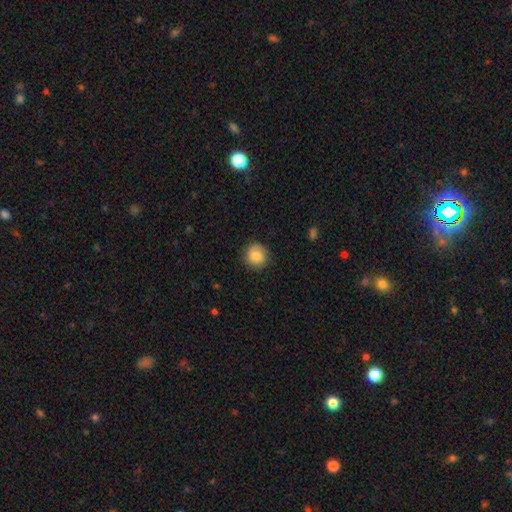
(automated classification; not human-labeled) Smooth or featured?
  - smooth: 78% *
  - featured or disk: 14%
  - star or artifact: 8%
How rounded?
  - round: 90% *
  - in between: 9%
  - cigar-shaped: 1%
Merging?
  - none: 85% *
  - minor disturbance: 12%
  - major disturbance: 3%
  - merger: 1%